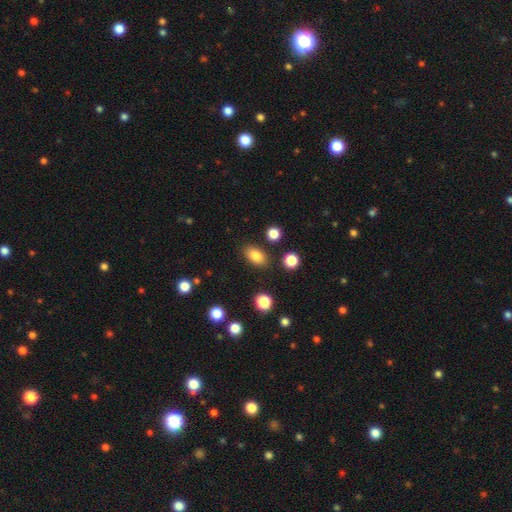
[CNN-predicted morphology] A smooth galaxy with no disk features (84%) that is in between round and cigar-shaped (86%). Merging: none (84%).